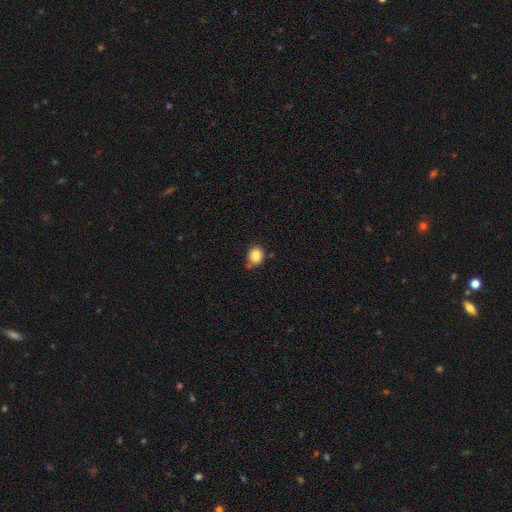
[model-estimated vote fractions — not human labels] smooth-or-featured: smooth: 87% | star or artifact: 9% | featured or disk: 4%
  how-rounded: round: 58% | in between: 41% | cigar-shaped: 1%
  merging: none: 71% | minor disturbance: 19% | merger: 6% | major disturbance: 4%